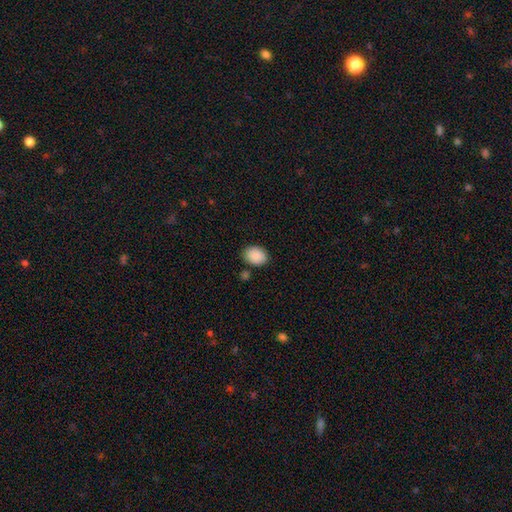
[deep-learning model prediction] Overall: smooth (89%). How rounded: in between (67%; round 32%). Merging: none (81%).